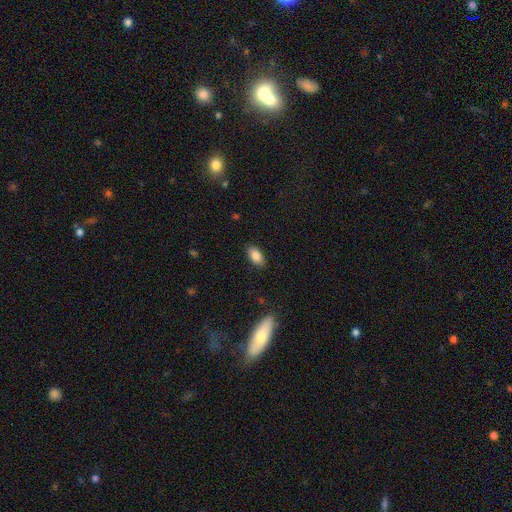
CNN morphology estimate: smooth-or-featured: smooth: 86% | star or artifact: 8% | featured or disk: 6%
  how-rounded: in between: 91% | cigar-shaped: 5% | round: 4%
  merging: none: 87% | minor disturbance: 10% | major disturbance: 2% | merger: 1%